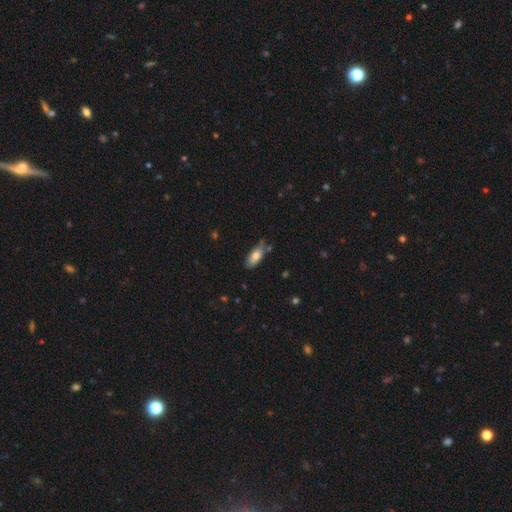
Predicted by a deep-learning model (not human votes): Overall: smooth (77%). How rounded: in between (83%). Merging: none (67%).